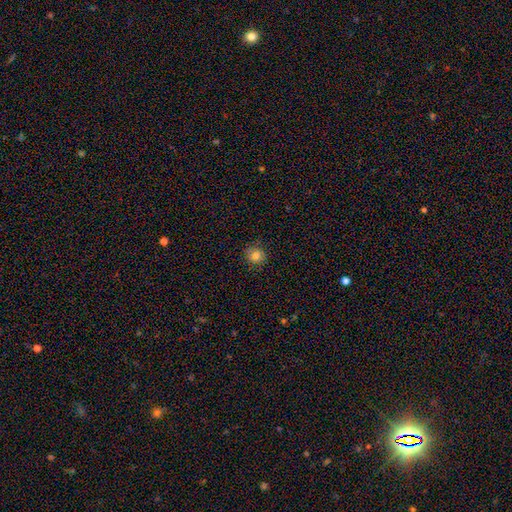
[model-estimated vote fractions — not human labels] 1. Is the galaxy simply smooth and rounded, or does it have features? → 82% smooth, 12% star or artifact, 6% featured or disk.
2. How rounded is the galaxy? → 90% round, 9% in between, 1% cigar-shaped.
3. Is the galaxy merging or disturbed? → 87% none, 10% minor disturbance, 2% major disturbance, 1% merger.